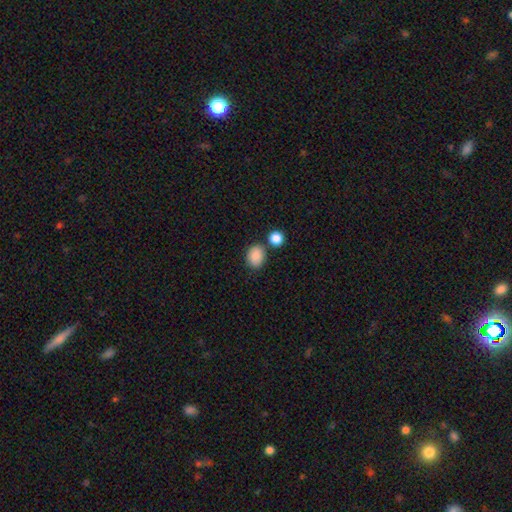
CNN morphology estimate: Smooth or featured? Predicted: smooth (p=0.88). How rounded? Predicted: in between (p=0.58). Merging? Predicted: none (p=0.72).